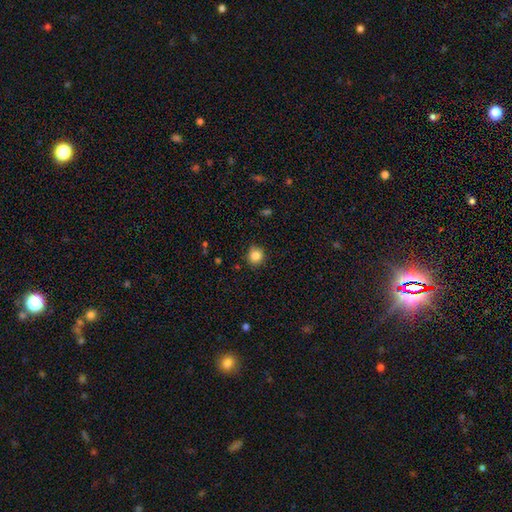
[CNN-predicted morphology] Overall: smooth (85%). How rounded: round (90%). Merging: none (86%).